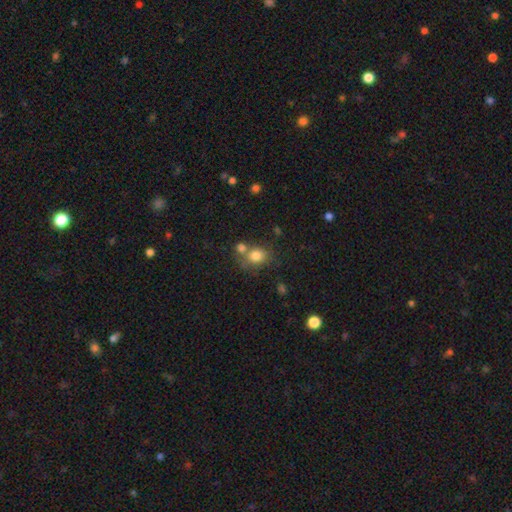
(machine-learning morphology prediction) A smooth galaxy with no disk features (80%) that is round (67%).

Vote fractions:
- Smooth or featured? smooth: 80% / star or artifact: 12% / featured or disk: 9%
- How rounded? round: 67% / in between: 32% / cigar-shaped: 1%
- Merging? none: 55% / merger: 28% / minor disturbance: 12% / major disturbance: 5%